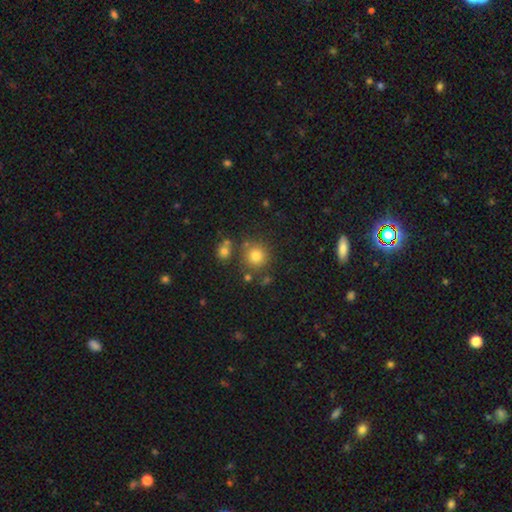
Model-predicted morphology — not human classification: Q: Smooth or featured?
A: smooth (79%); runner-up: star or artifact (14%)
Q: How rounded?
A: round (92%); runner-up: in between (7%)
Q: Merging?
A: none (78%); runner-up: minor disturbance (9%)